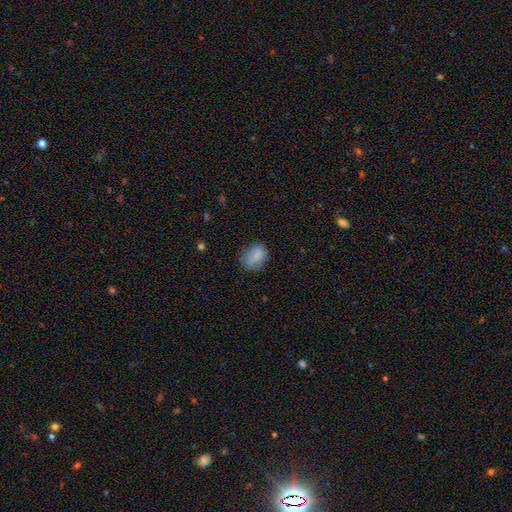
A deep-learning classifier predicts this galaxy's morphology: Smooth or featured? smooth (81%)
How rounded? in between (75%)
Merging? none (69%)